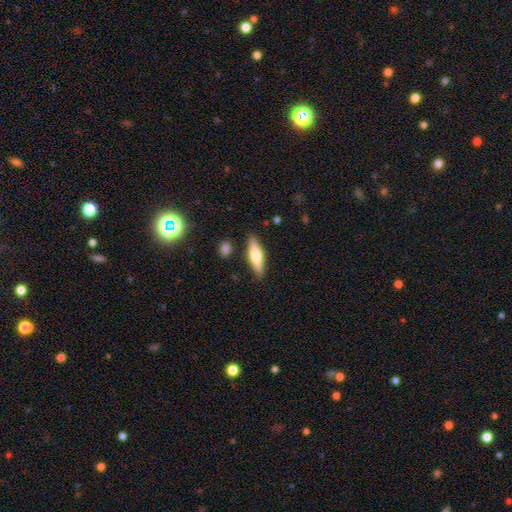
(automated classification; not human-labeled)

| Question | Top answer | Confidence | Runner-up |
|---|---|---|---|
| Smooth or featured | smooth | 63% | featured or disk (31%) |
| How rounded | cigar-shaped | 54% | in between (44%) |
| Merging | none | 85% | minor disturbance (10%) |